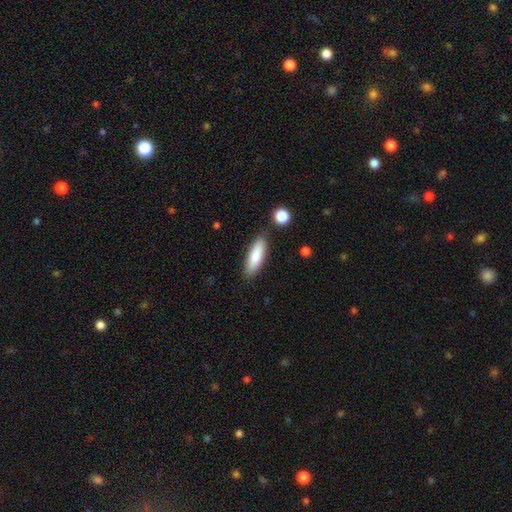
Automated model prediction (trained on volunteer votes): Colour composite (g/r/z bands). It shows a smooth galaxy with no disk features (80%) that is cigar-shaped (53%). Merging: none (83%).